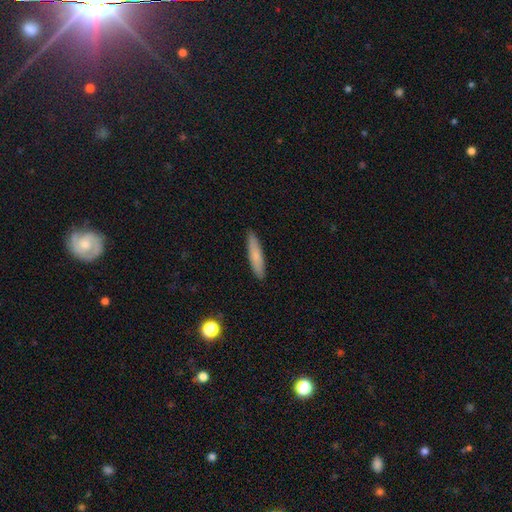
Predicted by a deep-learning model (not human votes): A smooth galaxy with no disk features (77%) that is cigar-shaped (86%). Merging: none (90%).